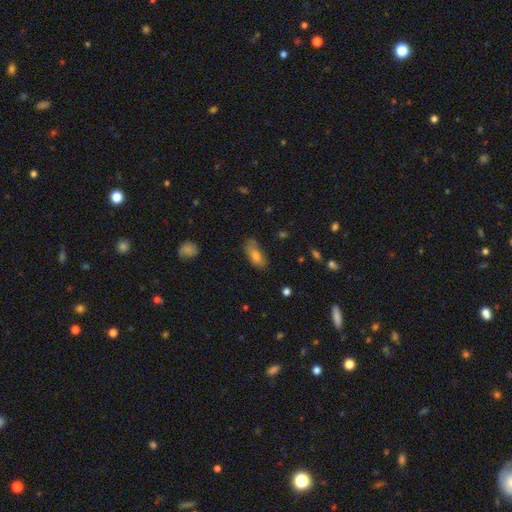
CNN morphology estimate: type=smooth (71%); roundness=in between (80%); merging=none (58%).